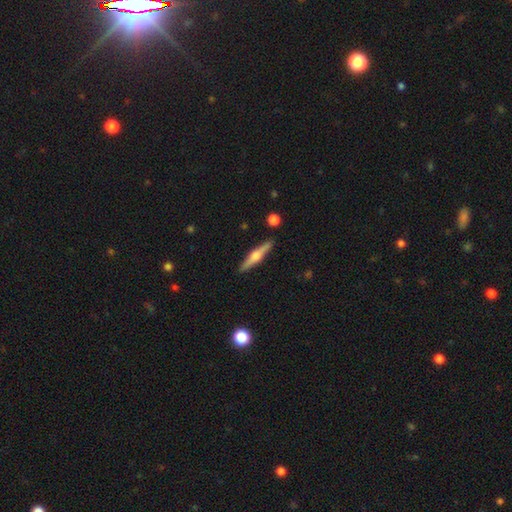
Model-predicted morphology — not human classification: type=featured or disk (64%); edge-on=yes (97%); edge-on bulge=rounded (88%); merging=none (90%).